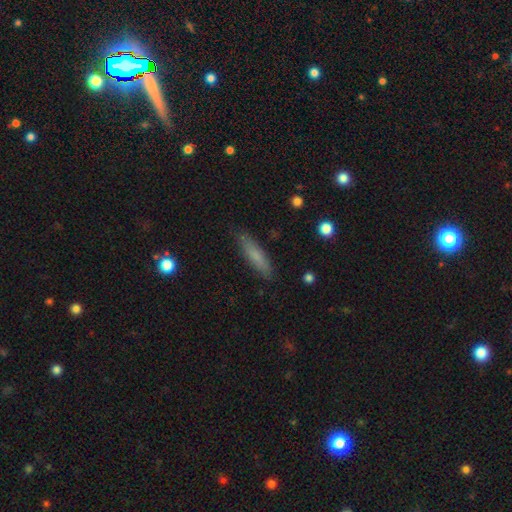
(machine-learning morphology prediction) smooth-or-featured: smooth: 75% | featured or disk: 17% | star or artifact: 7%
  how-rounded: cigar-shaped: 78% | in between: 20% | round: 2%
  merging: none: 84% | minor disturbance: 12% | major disturbance: 3% | merger: 1%